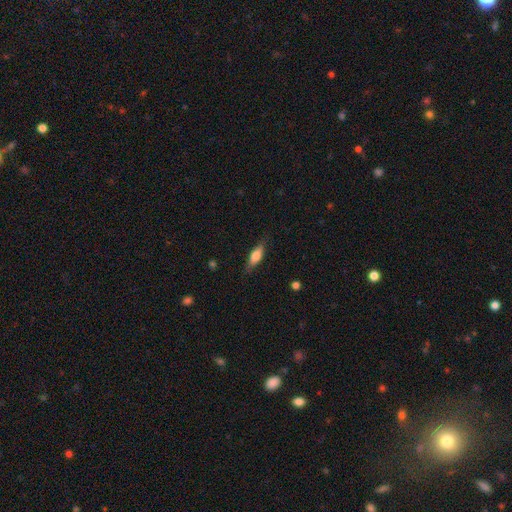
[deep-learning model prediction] The model was most divided on "how rounded": in between: 62%, cigar-shaped: 36%, round: 3%. More confident: merging — none (79%); smooth or featured — smooth (70%).